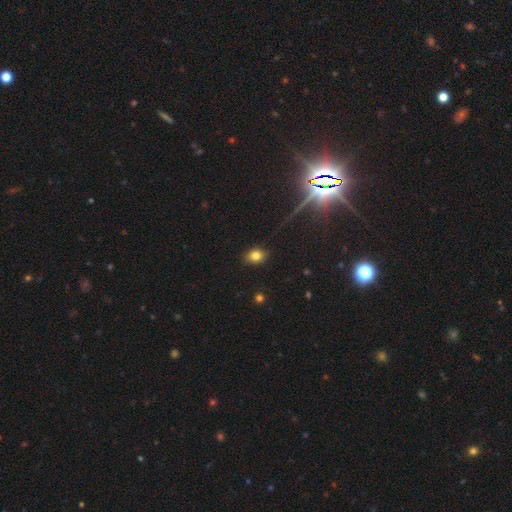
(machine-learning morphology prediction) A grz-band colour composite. It shows a smooth galaxy with no disk features (79%) that is in between round and cigar-shaped (61%). Merging: none (83%).